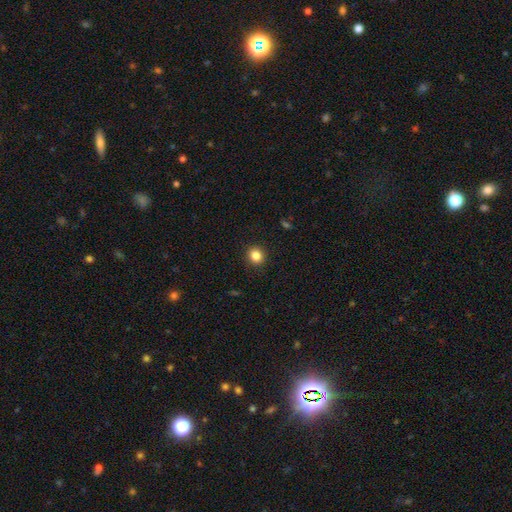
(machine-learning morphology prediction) This appears to be a smooth galaxy with no disk features (85%) that is round (87%). Merging: none (92%).